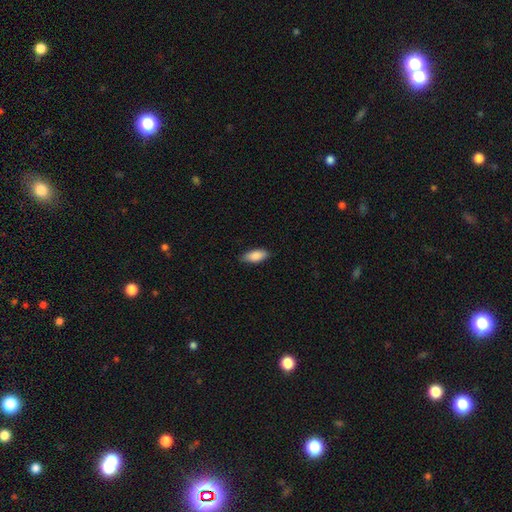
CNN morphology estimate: This is clearly a smooth galaxy (87%). How rounded: clearly in between (85%). Merging: clearly none (84%).